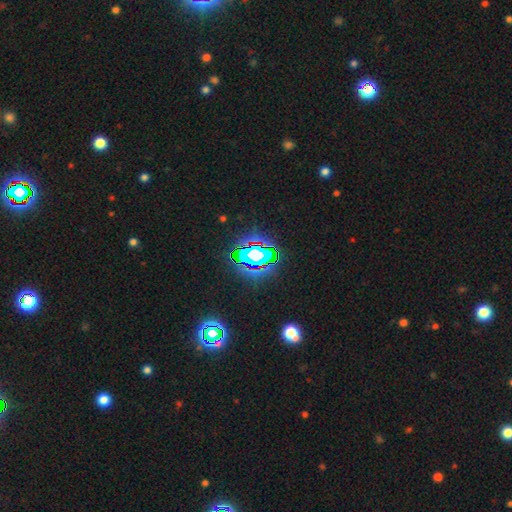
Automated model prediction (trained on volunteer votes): Smooth or featured? Predicted: star or artifact (p=0.64).